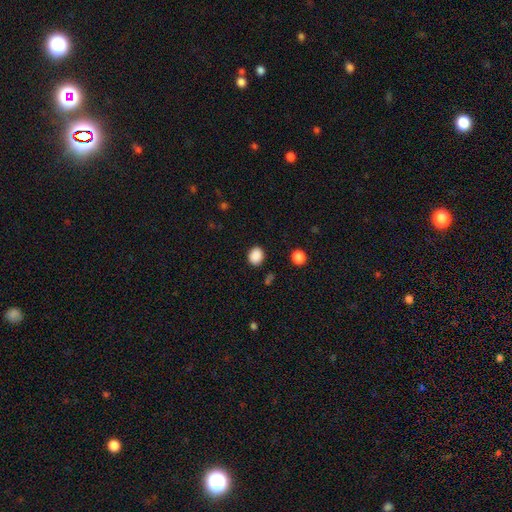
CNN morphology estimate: type=smooth (88%); roundness=round (60%); merging=none (88%).